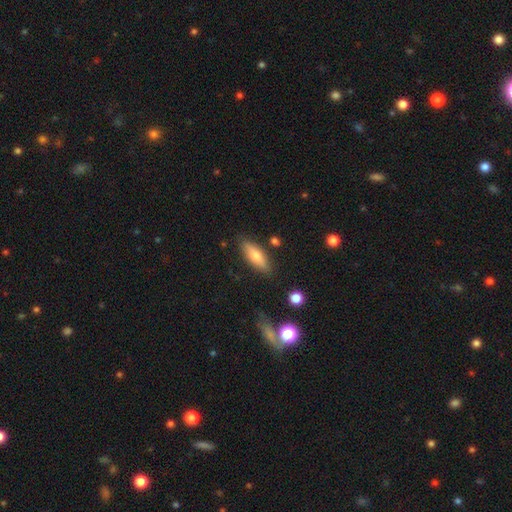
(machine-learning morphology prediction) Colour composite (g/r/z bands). It shows a smooth galaxy with no disk features (63%) that is in between round and cigar-shaped (54%). Merging: none (83%).